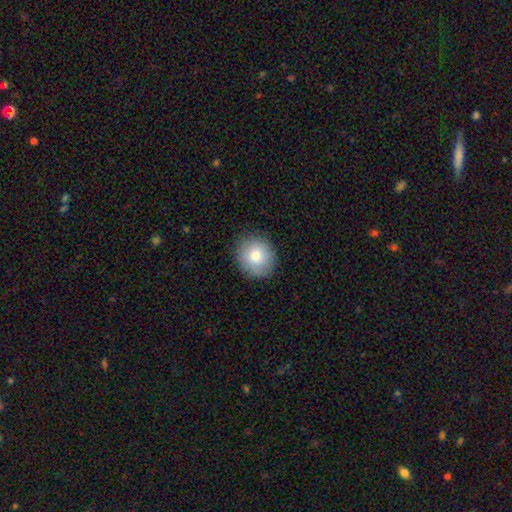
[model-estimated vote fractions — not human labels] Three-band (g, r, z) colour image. It shows a smooth galaxy with no disk features (81%) that is round (81%). Merging: none (87%).